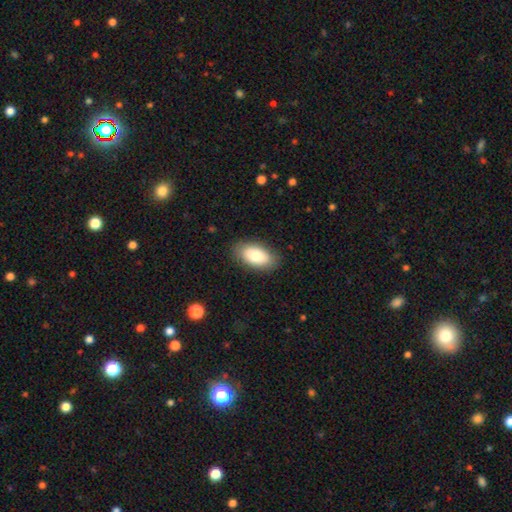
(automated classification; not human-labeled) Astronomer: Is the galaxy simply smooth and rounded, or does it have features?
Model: smooth — 80%.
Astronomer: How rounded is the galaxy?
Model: in between — 94%.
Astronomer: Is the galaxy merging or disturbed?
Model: none — 85%.